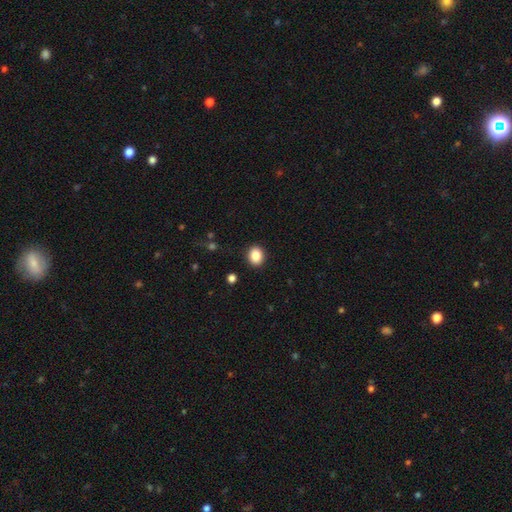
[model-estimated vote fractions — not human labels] A smooth galaxy with no disk features (87%) that is round (59%).

Vote fractions:
- Smooth or featured? smooth: 87% / star or artifact: 9% / featured or disk: 4%
- How rounded? round: 59% / in between: 40% / cigar-shaped: 1%
- Merging? none: 91% / minor disturbance: 6% / major disturbance: 2% / merger: 1%